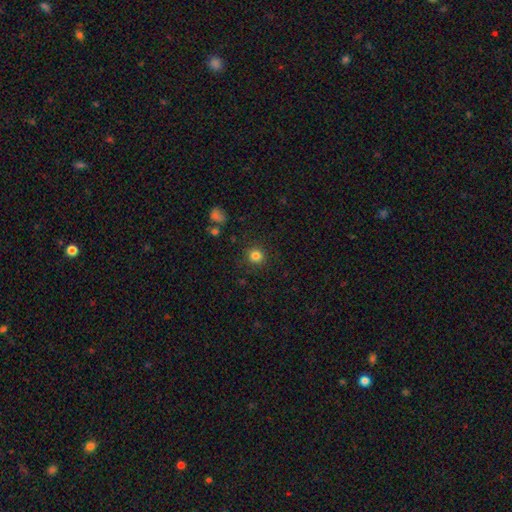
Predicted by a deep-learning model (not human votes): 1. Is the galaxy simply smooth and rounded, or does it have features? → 82% smooth, 13% star or artifact, 5% featured or disk.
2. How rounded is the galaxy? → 92% round, 7% in between, 1% cigar-shaped.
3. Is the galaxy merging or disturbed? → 89% none, 7% minor disturbance, 3% major disturbance, 1% merger.